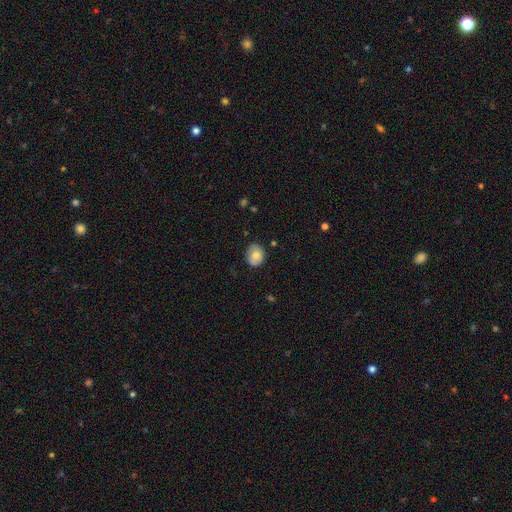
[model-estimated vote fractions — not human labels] Morphology: type=smooth (72%); roundness=round (66%); merging=none (77%).